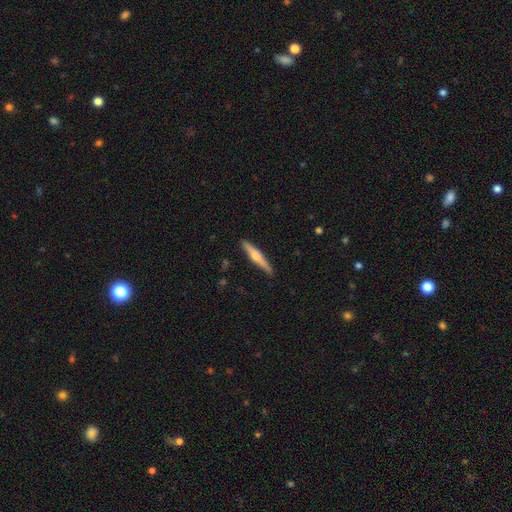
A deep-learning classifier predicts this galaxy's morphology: Smooth or featured? featured or disk (62%)
Edge-on disk? yes (97%)
Edge-on bulge? rounded (91%)
Merging? none (90%)